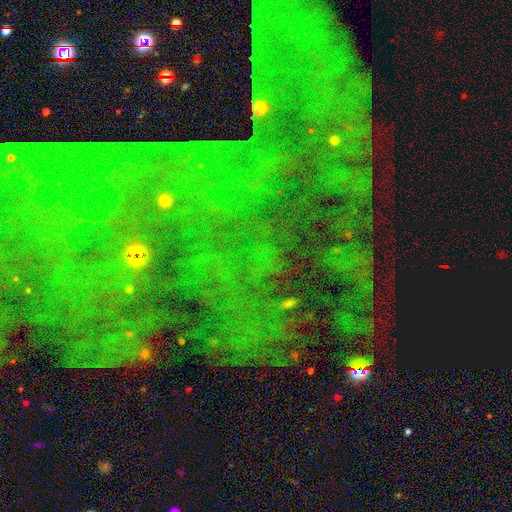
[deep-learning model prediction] smooth-or-featured: star or artifact: 79% | featured or disk: 13% | smooth: 9%